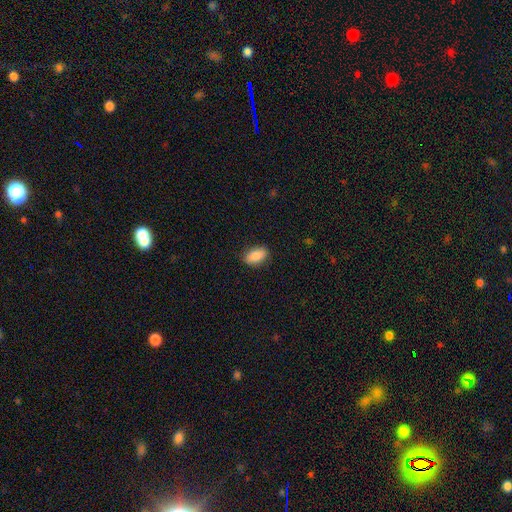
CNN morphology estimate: A smooth galaxy with no disk features (84%) that is in between round and cigar-shaped (91%).

Vote fractions:
- Smooth or featured? smooth: 84% / featured or disk: 9% / star or artifact: 7%
- How rounded? in between: 91% / round: 7% / cigar-shaped: 2%
- Merging? none: 85% / minor disturbance: 12% / major disturbance: 2% / merger: 1%